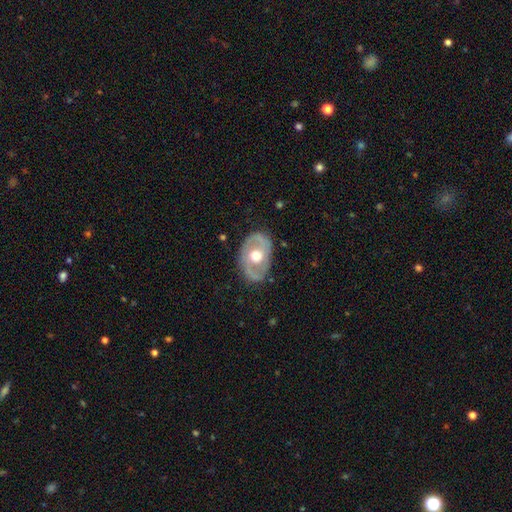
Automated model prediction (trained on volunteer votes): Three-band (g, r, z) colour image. It shows a featured or disk galaxy (66%) with no bar (76%), no spiral arms (58%) and a moderate central bulge (72%). Merging: none (79%).